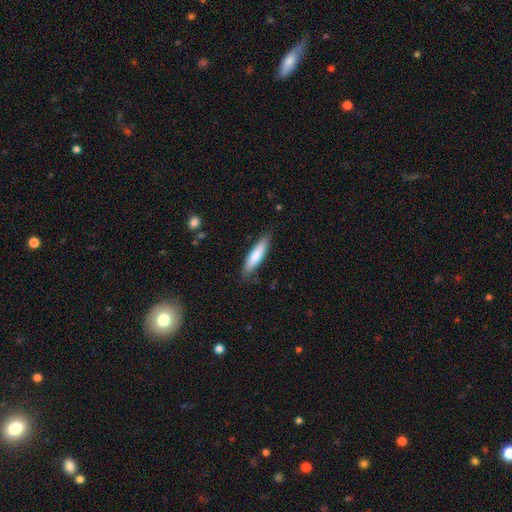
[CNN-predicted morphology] This is likely a smooth galaxy (75%). How rounded: likely cigar-shaped (75%). Merging: clearly none (84%).